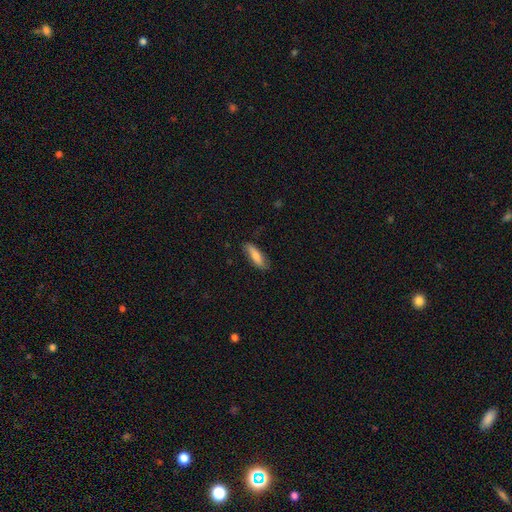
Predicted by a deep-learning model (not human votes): This is likely a smooth galaxy (74%). How rounded: possibly cigar-shaped (55%). Merging: clearly none (82%).